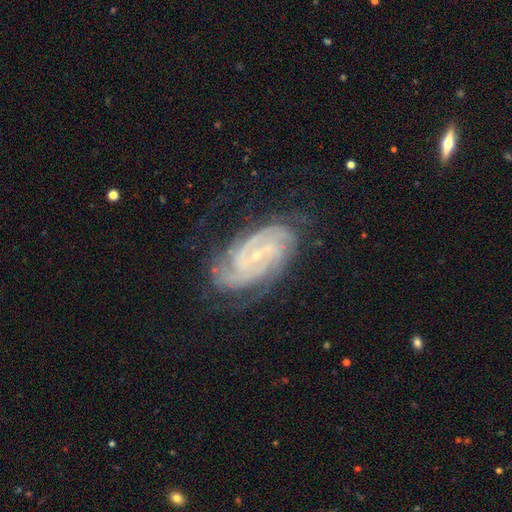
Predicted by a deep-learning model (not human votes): smooth_or_featured: featured or disk (p=0.90) [alt: star or artifact p=0.06]
disk_edge_on: no (p=0.97) [alt: yes p=0.03]
bar: no (p=0.44) [alt: weak p=0.38]
has_spiral_arms: yes (p=0.98) [alt: no p=0.02]
spiral_winding: tight (p=0.72) [alt: medium p=0.24]
spiral_arm_count: 2 (p=0.26) [tied with: 3 p=0.26]
bulge_size: small (p=0.82) [alt: moderate p=0.12]
merging: none (p=0.75) [alt: minor disturbance p=0.17]